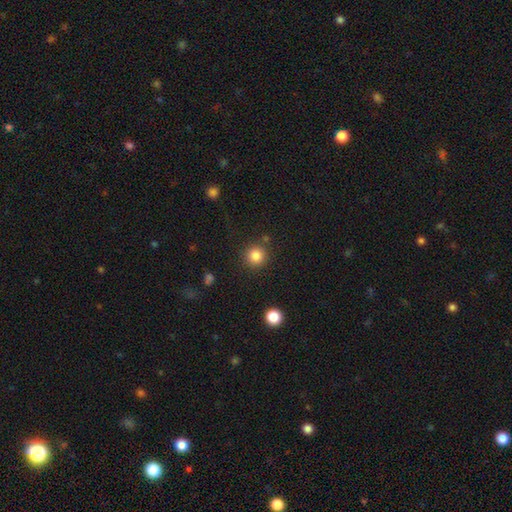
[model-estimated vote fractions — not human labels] Q: Smooth or featured?
A: smooth (85%); runner-up: star or artifact (11%)
Q: How rounded?
A: round (94%); runner-up: in between (5%)
Q: Merging?
A: none (87%); runner-up: minor disturbance (7%)